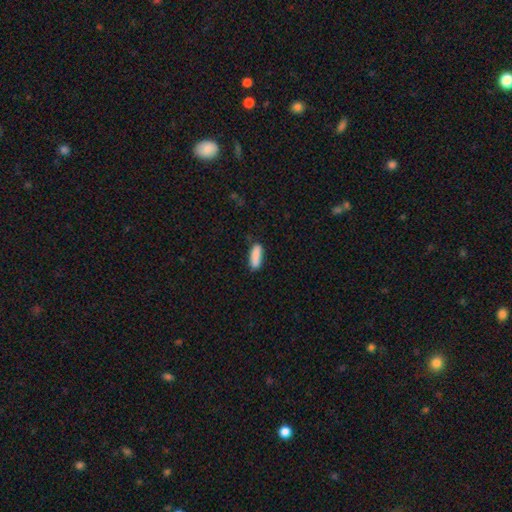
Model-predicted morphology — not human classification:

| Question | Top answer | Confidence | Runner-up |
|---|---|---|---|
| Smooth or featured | smooth | 87% | star or artifact (7%) |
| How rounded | in between | 58% | cigar-shaped (40%) |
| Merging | none | 78% | minor disturbance (16%) |